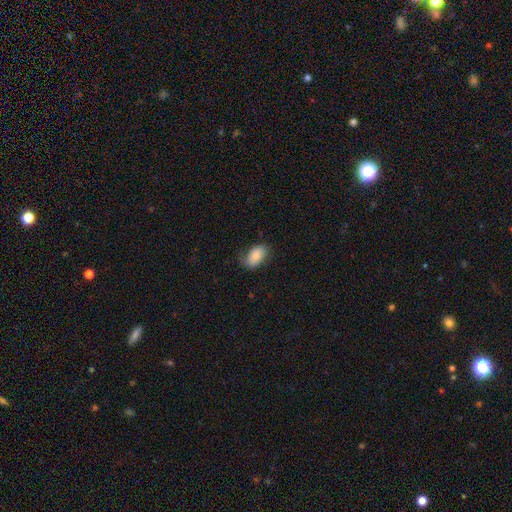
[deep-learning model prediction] Smooth or featured? Predicted: smooth (p=0.77). How rounded? Predicted: in between (p=0.91). Merging? Predicted: none (p=0.67).